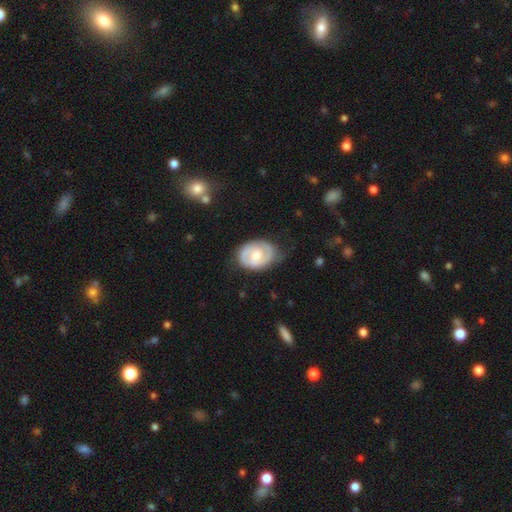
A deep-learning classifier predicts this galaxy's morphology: A featured or disk galaxy (66%) with no bar (52%), spiral arms (78%) and a moderate central bulge (61%). Merging: none (66%).